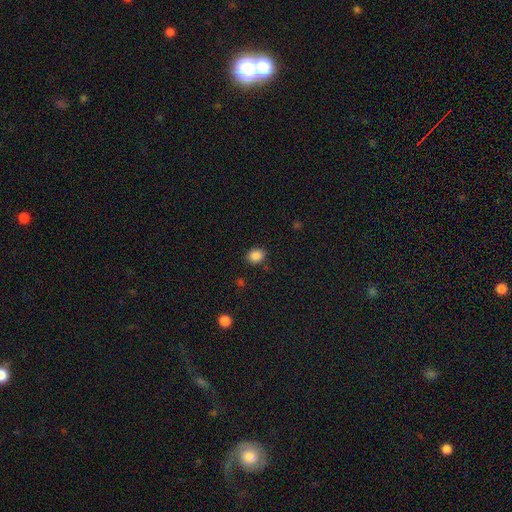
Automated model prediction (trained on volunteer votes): A smooth galaxy with no disk features (86%) that is round (54%).

Vote fractions:
- Smooth or featured? smooth: 86% / star or artifact: 10% / featured or disk: 3%
- How rounded? round: 54% / in between: 45% / cigar-shaped: 1%
- Merging? none: 85% / minor disturbance: 10% / major disturbance: 3% / merger: 2%